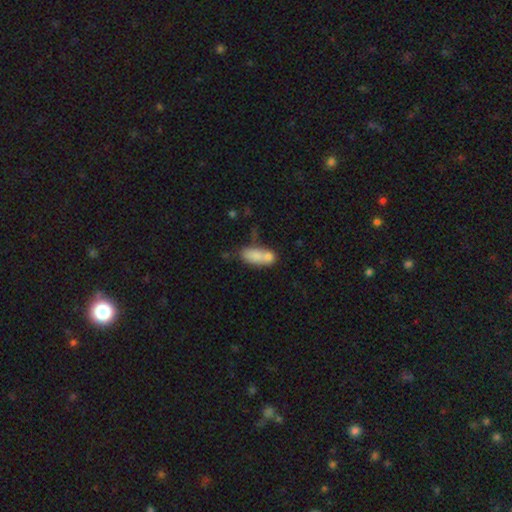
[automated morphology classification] smooth 76%, featured or disk 16%, star or artifact 8%. Down the decision tree: how rounded — in between (79%); merging — merger (38%, tied with none).